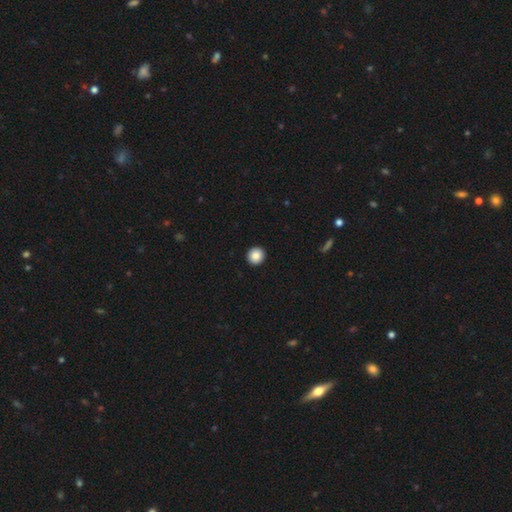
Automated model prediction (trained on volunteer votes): Smooth or featured? smooth (87%)
How rounded? round (95%)
Merging? none (94%)